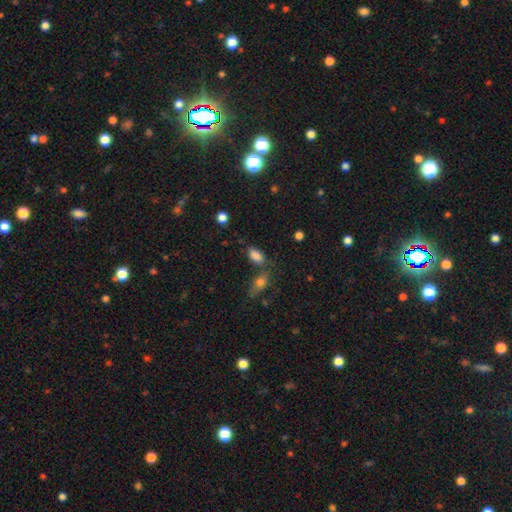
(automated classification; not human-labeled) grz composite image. It shows a smooth galaxy with no disk features (83%) that is in between round and cigar-shaped (90%). Merging: none (63%).